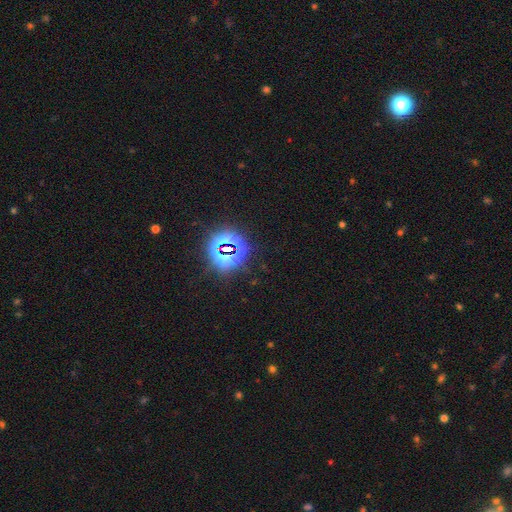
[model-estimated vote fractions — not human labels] smooth_or_featured: star or artifact (p=0.83) [alt: smooth p=0.10]